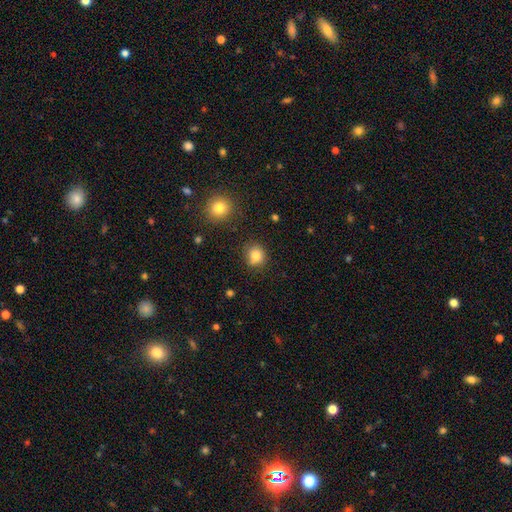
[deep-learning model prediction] smooth_or_featured: smooth (p=0.83) [alt: star or artifact p=0.11]
how_rounded: round (p=0.79) [alt: in between p=0.20]
merging: none (p=0.78) [alt: minor disturbance p=0.15]